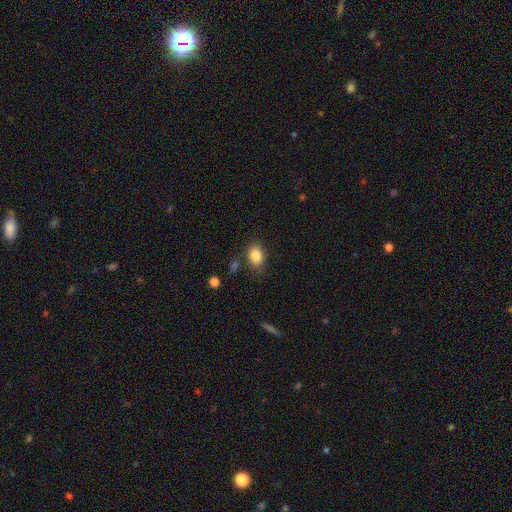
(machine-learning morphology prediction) smooth_or_featured: smooth (p=0.85) [alt: star or artifact p=0.09]
how_rounded: in between (p=0.78) [alt: round p=0.20]
merging: none (p=0.77) [alt: minor disturbance p=0.15]